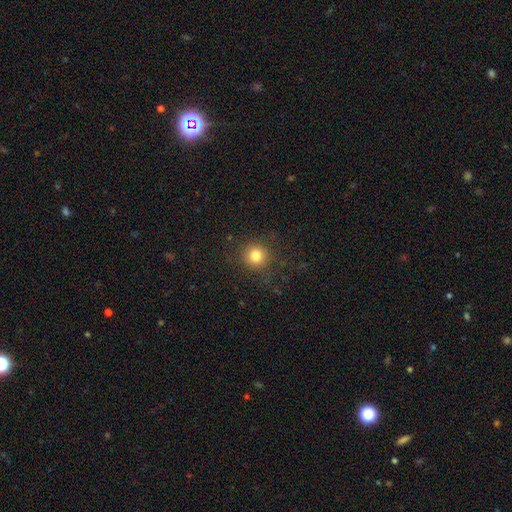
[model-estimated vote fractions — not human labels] A smooth galaxy with no disk features (80%) that is round (92%). Merging: none (86%).